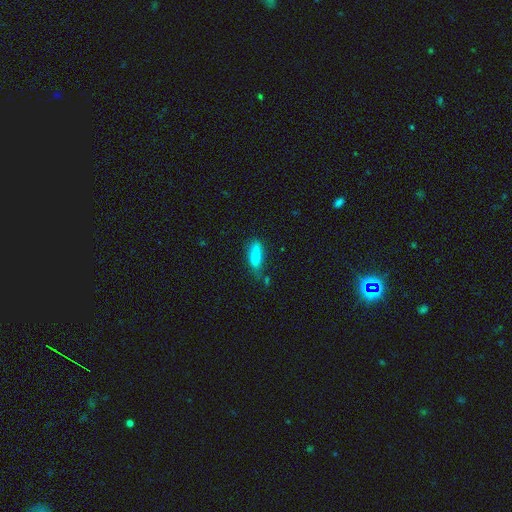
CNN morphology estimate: Smooth or featured? Predicted: smooth (p=0.80). How rounded? Predicted: cigar-shaped (p=0.52). Merging? Predicted: none (p=0.63).